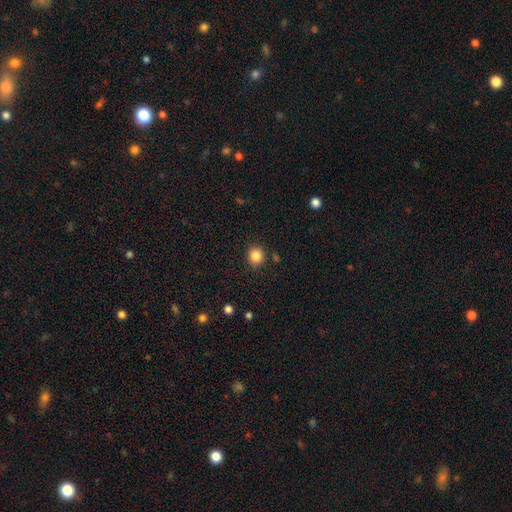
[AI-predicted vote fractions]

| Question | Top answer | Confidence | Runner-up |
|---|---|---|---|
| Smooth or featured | smooth | 85% | star or artifact (11%) |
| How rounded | round | 84% | in between (15%) |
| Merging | none | 87% | minor disturbance (8%) |